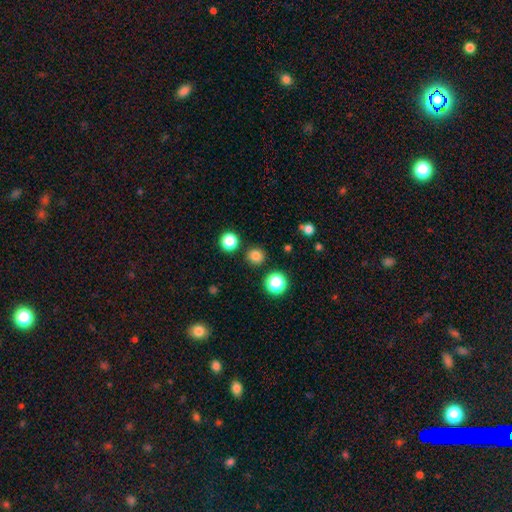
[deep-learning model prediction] Smooth or featured: smooth — 80% (star or artifact — 16%)
How rounded: round — 92% (in between — 7%)
Merging: none — 89% (minor disturbance — 6%)